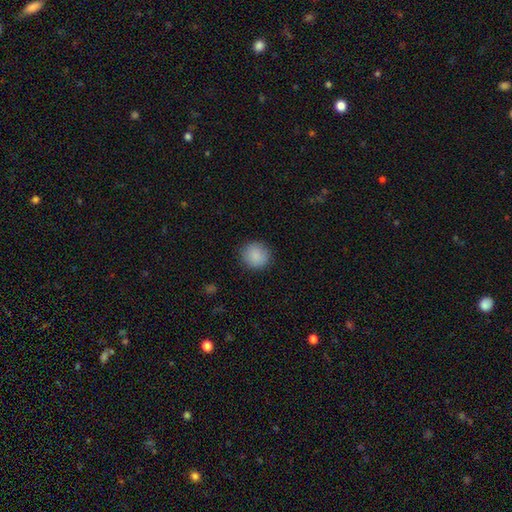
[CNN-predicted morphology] Smooth or featured: smooth — 88% (star or artifact — 8%)
How rounded: round — 91% (in between — 8%)
Merging: none — 90% (minor disturbance — 7%)